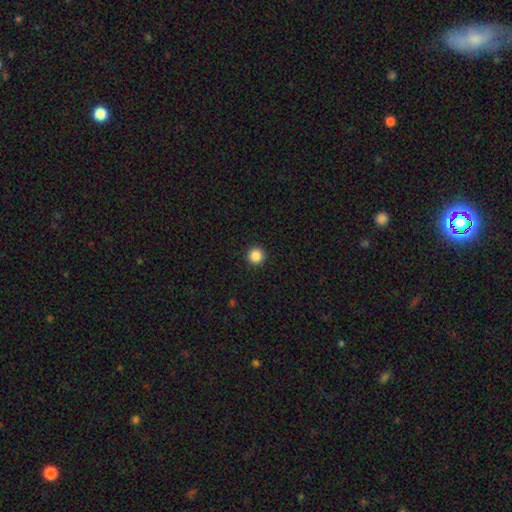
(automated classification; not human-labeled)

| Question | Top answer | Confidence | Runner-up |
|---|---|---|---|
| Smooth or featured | smooth | 86% | star or artifact (10%) |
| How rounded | round | 96% | in between (3%) |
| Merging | none | 94% | minor disturbance (4%) |